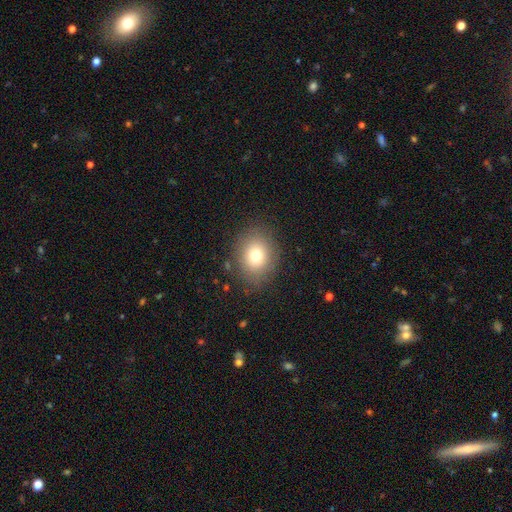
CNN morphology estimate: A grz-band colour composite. It shows a smooth galaxy with no disk features (76%) that is round (58%). Merging: none (84%).